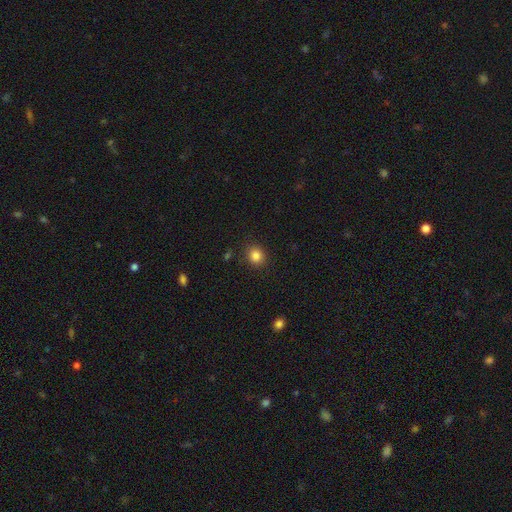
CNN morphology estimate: Smooth or featured? Predicted: smooth (p=0.84). How rounded? Predicted: round (p=0.78). Merging? Predicted: none (p=0.89).